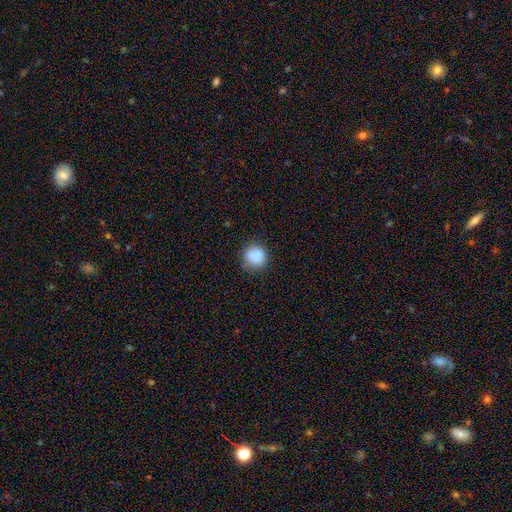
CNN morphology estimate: Smooth or featured: smooth — 77% (featured or disk — 13%)
How rounded: round — 86% (in between — 13%)
Merging: none — 64% (minor disturbance — 18%)